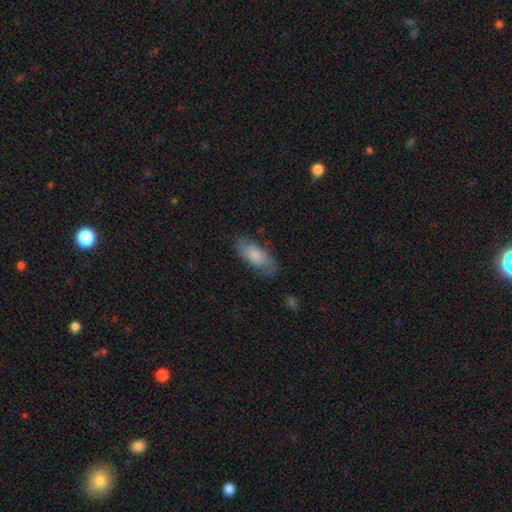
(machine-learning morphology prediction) This is likely a smooth galaxy (61%). How rounded: clearly in between (81%). Merging: likely none (76%).